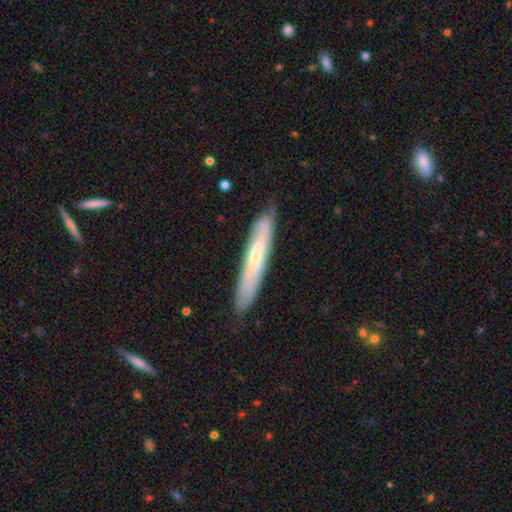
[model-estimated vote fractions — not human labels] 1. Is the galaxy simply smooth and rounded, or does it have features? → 55% featured or disk, 39% smooth, 6% star or artifact.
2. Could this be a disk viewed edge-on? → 65% yes, 35% no.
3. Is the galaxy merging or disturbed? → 80% none, 16% minor disturbance, 3% major disturbance, 1% merger.